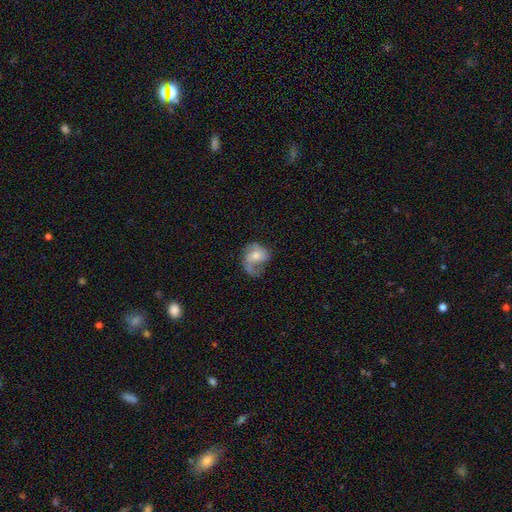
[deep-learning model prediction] Q: Smooth or featured?
A: featured or disk (63%); runner-up: smooth (29%)
Q: Edge-on disk?
A: no (97%); runner-up: yes (3%)
Q: Bar?
A: no (62%); runner-up: weak (31%)
Q: Spiral arms?
A: yes (86%); runner-up: no (14%)
Q: Spiral winding?
A: medium (42%); runner-up: loose (39%)
Q: Spiral arm count?
A: 2 (49%); runner-up: 1 (38%)
Q: Bulge size?
A: moderate (57%); runner-up: small (30%)
Q: Merging?
A: none (43%); runner-up: major disturbance (28%)